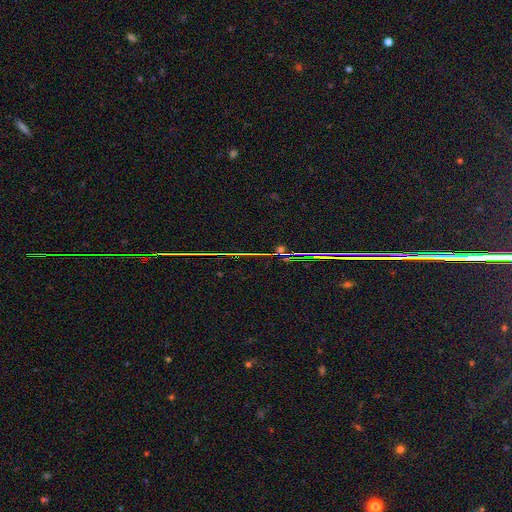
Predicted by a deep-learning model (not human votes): Smooth or featured? star or artifact (86%)